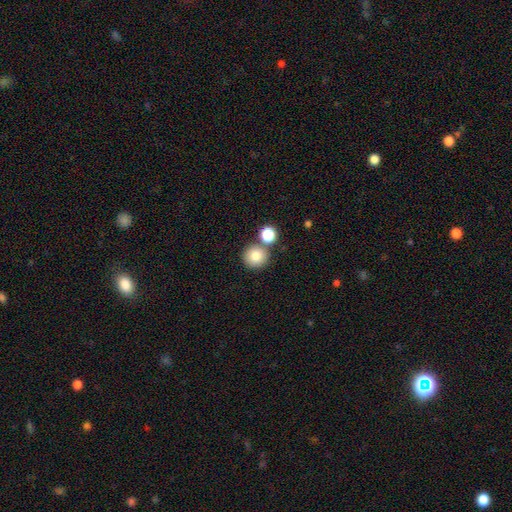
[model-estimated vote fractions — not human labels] A smooth galaxy with no disk features (81%) that is round (93%). Merging: none (71%).